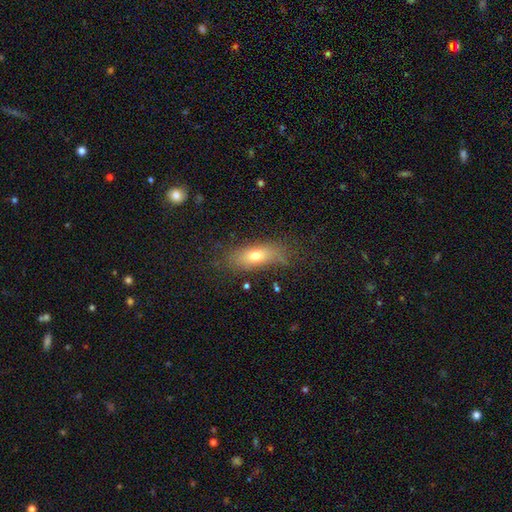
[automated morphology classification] A smooth galaxy with no disk features (66%) that is in between round and cigar-shaped (69%). Merging: none (68%).